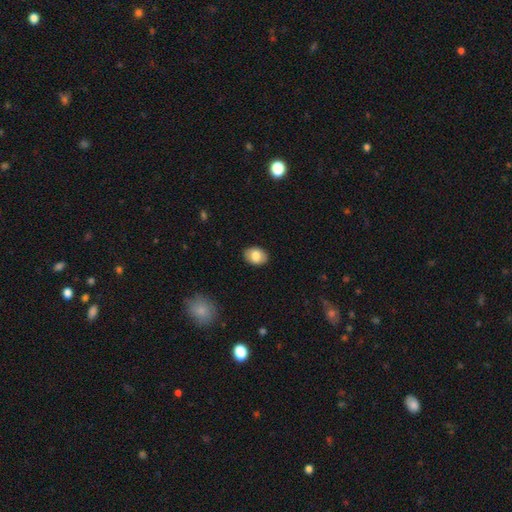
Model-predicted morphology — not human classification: Smooth or featured?
  - smooth: 80% *
  - featured or disk: 13%
  - star or artifact: 7%
How rounded?
  - in between: 74% *
  - round: 25%
  - cigar-shaped: 1%
Merging?
  - none: 89% *
  - minor disturbance: 8%
  - major disturbance: 2%
  - merger: 1%